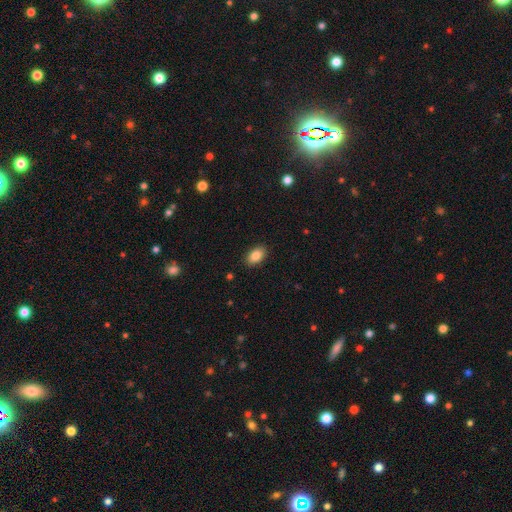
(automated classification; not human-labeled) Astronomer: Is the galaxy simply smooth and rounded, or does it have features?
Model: smooth — 86%.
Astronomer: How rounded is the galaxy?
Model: in between — 90%.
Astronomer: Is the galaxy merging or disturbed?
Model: none — 89%.